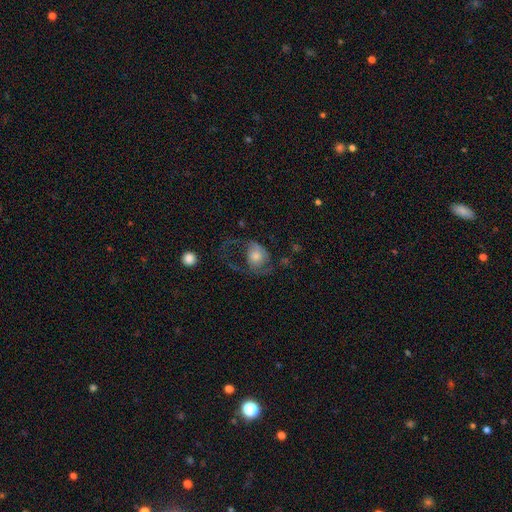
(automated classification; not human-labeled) Q: Smooth or featured?
A: featured or disk (60%); runner-up: smooth (32%)
Q: Edge-on disk?
A: no (97%); runner-up: yes (3%)
Q: Bar?
A: no (77%); runner-up: weak (19%)
Q: Spiral arms?
A: yes (72%); runner-up: no (28%)
Q: Bulge size?
A: moderate (55%); runner-up: large (22%)
Q: Merging?
A: major disturbance (46%); runner-up: none (34%)